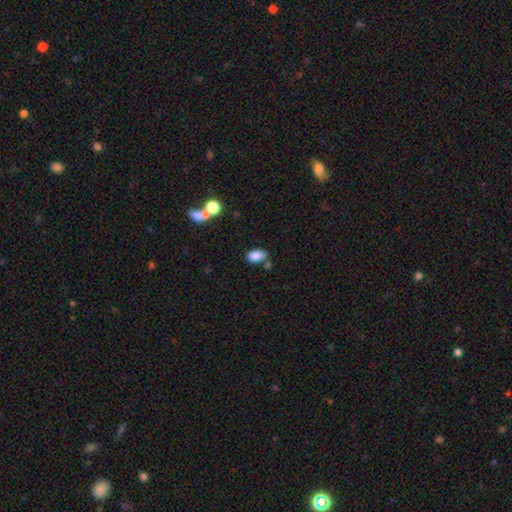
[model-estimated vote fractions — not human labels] A smooth galaxy with no disk features (84%) that is in between round and cigar-shaped (91%).

Vote fractions:
- Smooth or featured? smooth: 84% / star or artifact: 10% / featured or disk: 6%
- How rounded? in between: 91% / round: 6% / cigar-shaped: 3%
- Merging? none: 63% / minor disturbance: 17% / merger: 15% / major disturbance: 5%